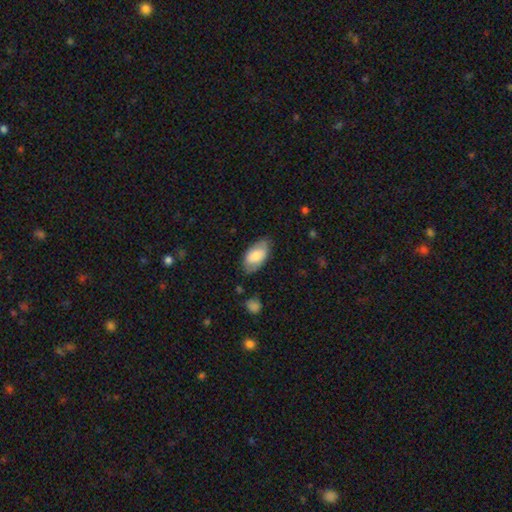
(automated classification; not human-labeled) Smooth or featured? smooth (76%)
How rounded? in between (94%)
Merging? none (75%)